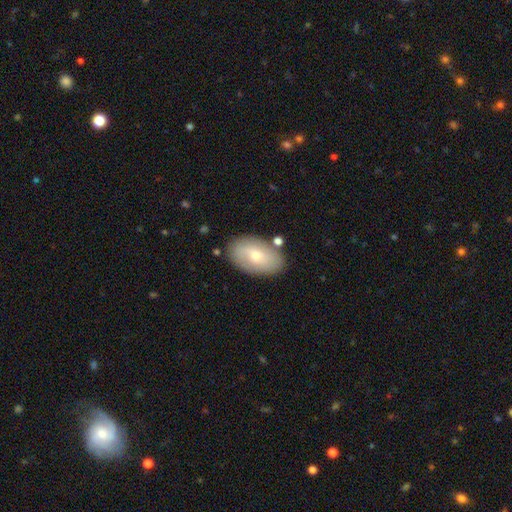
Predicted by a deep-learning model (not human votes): Q: Smooth or featured?
A: smooth (60%); runner-up: featured or disk (32%)
Q: How rounded?
A: in between (91%); runner-up: round (7%)
Q: Merging?
A: none (81%); runner-up: minor disturbance (12%)